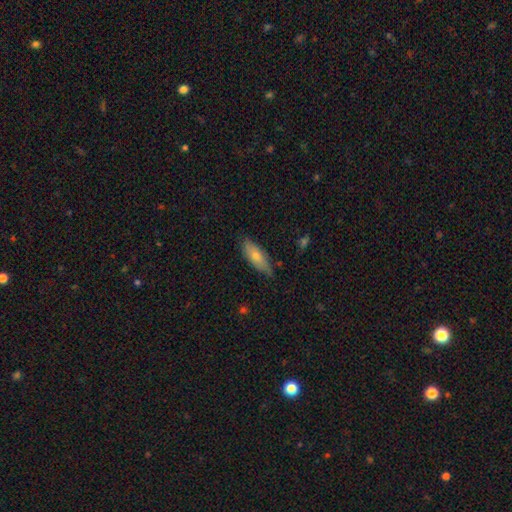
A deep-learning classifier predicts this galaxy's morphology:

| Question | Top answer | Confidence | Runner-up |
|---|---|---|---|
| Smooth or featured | smooth | 67% | featured or disk (27%) |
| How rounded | in between | 65% | cigar-shaped (33%) |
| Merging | none | 78% | minor disturbance (18%) |